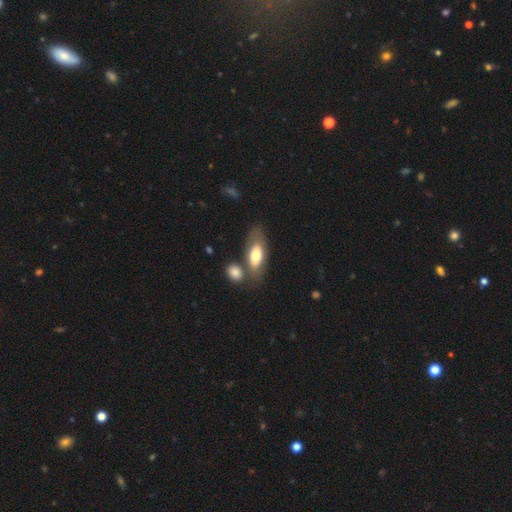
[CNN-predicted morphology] This appears to be a smooth galaxy with no disk features (65%) that is in between round and cigar-shaped (81%). Merging: none (54%).